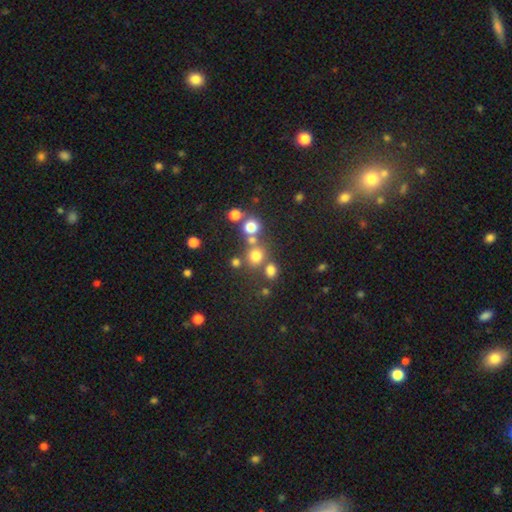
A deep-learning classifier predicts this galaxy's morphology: Smooth or featured? smooth (71%)
How rounded? round (85%)
Merging? none (65%)